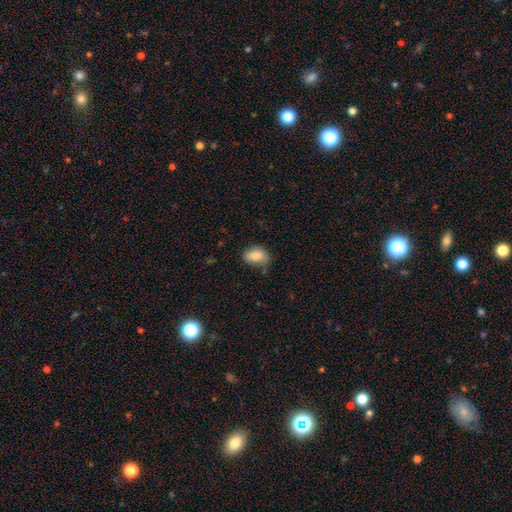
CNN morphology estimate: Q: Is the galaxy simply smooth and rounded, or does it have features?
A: smooth — 81%.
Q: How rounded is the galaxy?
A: in between — 82%.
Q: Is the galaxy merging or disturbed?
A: none — 61%.